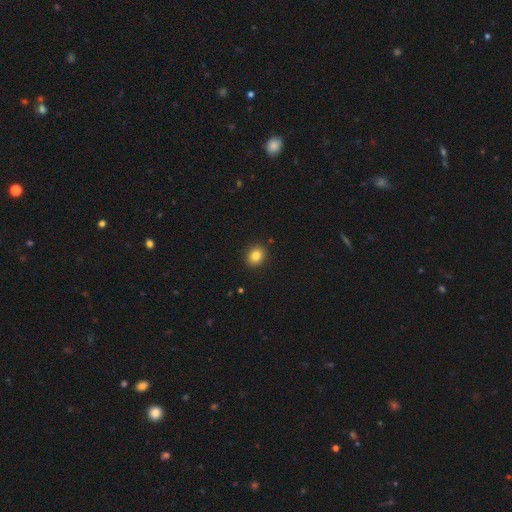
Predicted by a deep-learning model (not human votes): Smooth or featured? smooth (82%)
How rounded? round (57%)
Merging? none (90%)